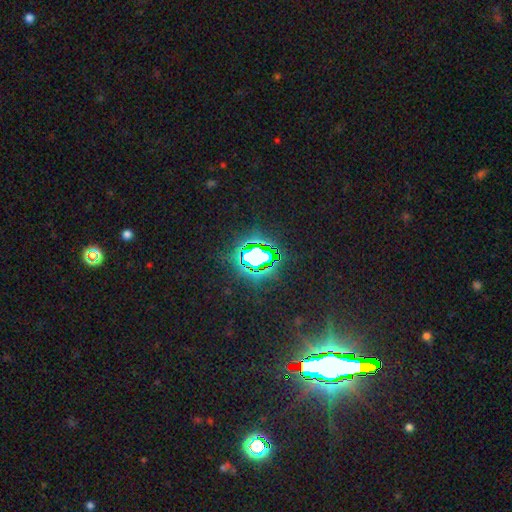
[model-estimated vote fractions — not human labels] A star or artifact, not a galaxy (77%).

Vote fractions:
- Smooth or featured? star or artifact: 77% / smooth: 14% / featured or disk: 9%